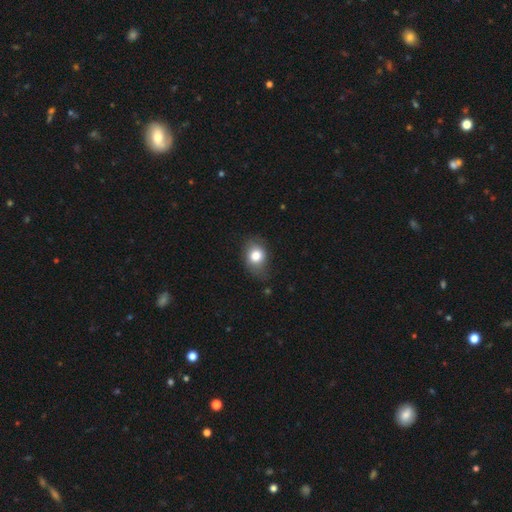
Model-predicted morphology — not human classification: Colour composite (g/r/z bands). It shows a smooth galaxy with no disk features (79%) that is in between round and cigar-shaped (62%). Merging: none (62%).